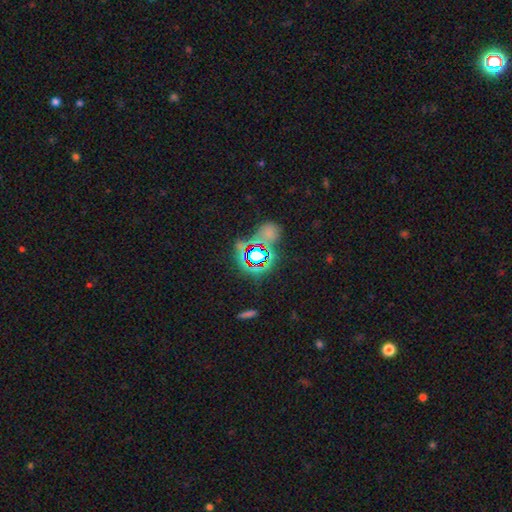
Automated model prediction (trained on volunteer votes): Overall: star or artifact (66%).